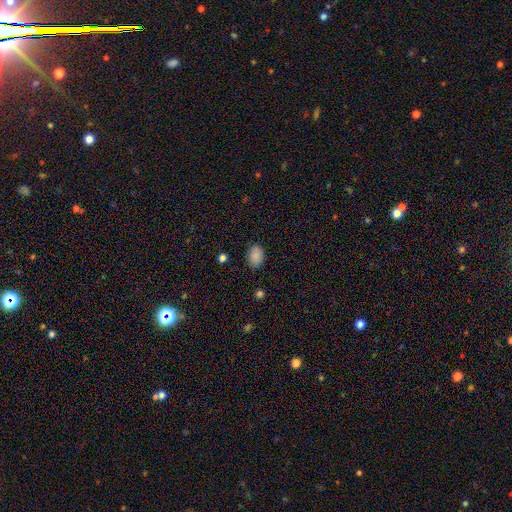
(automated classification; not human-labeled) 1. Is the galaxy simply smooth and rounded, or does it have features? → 88% smooth, 9% star or artifact, 4% featured or disk.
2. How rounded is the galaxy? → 84% in between, 15% round, 1% cigar-shaped.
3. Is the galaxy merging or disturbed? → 84% none, 12% minor disturbance, 3% major disturbance, 1% merger.